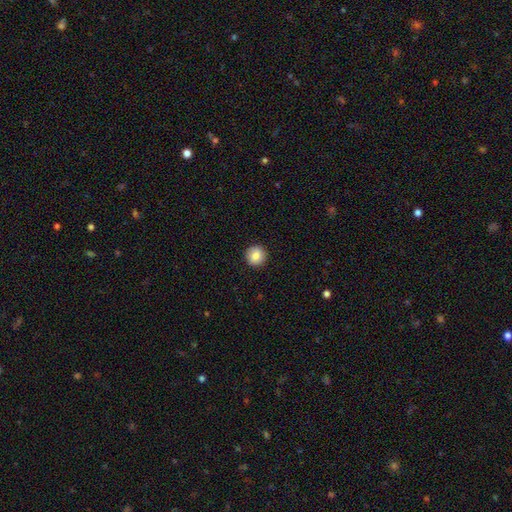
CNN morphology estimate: smooth 86%, star or artifact 8%, featured or disk 6%. Down the decision tree: how rounded — round (94%); merging — none (92%).